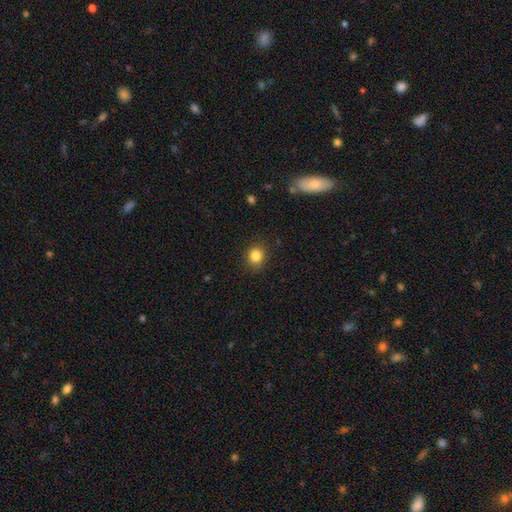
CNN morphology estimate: smooth_or_featured: smooth (p=0.84) [alt: star or artifact p=0.11]
how_rounded: round (p=0.77) [alt: in between p=0.22]
merging: none (p=0.85) [alt: minor disturbance p=0.11]